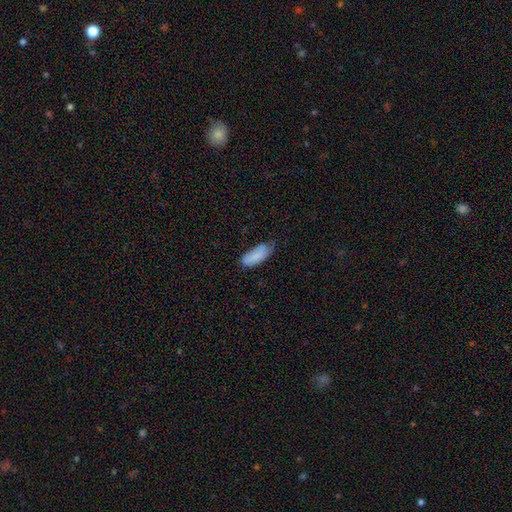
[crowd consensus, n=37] Smooth or featured?
  - smooth: 92% *
  - featured or disk: 5%
  - star or artifact: 3%
How rounded?
  - in between: 74% *
  - cigar-shaped: 26%
  - round: 0%
Merging?
  - none: 53% *
  - minor disturbance: 36%
  - major disturbance: 8%
  - merger: 3%